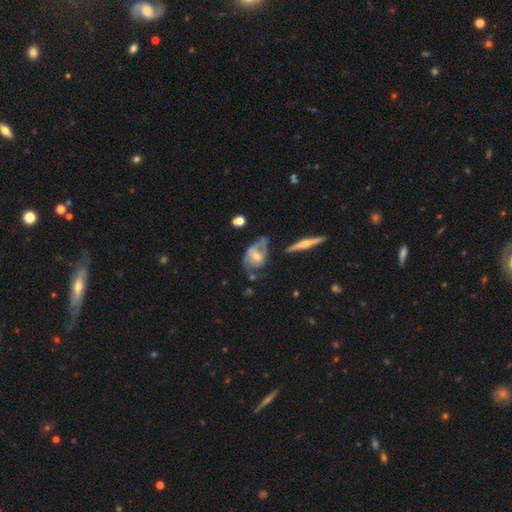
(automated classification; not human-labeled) smooth_or_featured: featured or disk (p=0.69) [alt: smooth p=0.25]
disk_edge_on: no (p=0.91) [alt: yes p=0.09]
bar: no (p=0.57) [alt: weak p=0.32]
has_spiral_arms: yes (p=0.71) [alt: no p=0.29]
bulge_size: small (p=0.48) [alt: moderate p=0.44]
merging: none (p=0.39) [alt: minor disturbance p=0.29]